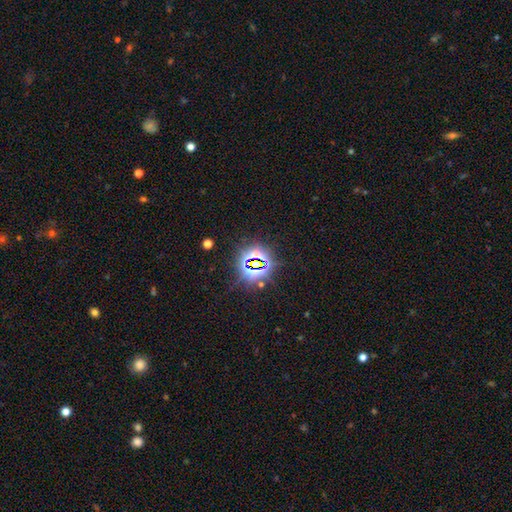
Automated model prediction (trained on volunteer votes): smooth-or-featured: star or artifact: 80% | smooth: 12% | featured or disk: 8%